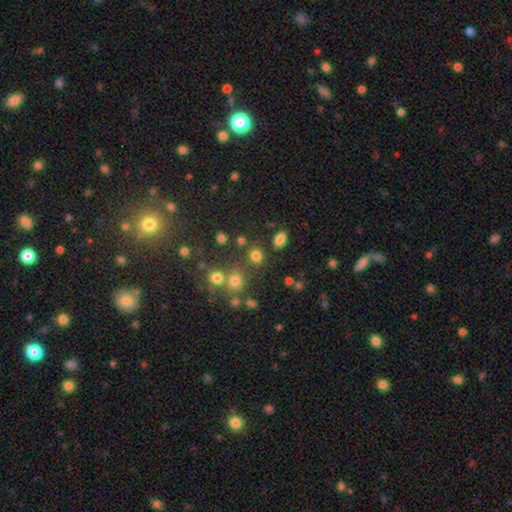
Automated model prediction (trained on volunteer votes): smooth-or-featured: smooth: 78% | star or artifact: 16% | featured or disk: 6%
  how-rounded: round: 62% | in between: 36% | cigar-shaped: 2%
  merging: none: 75% | merger: 11% | minor disturbance: 10% | major disturbance: 4%